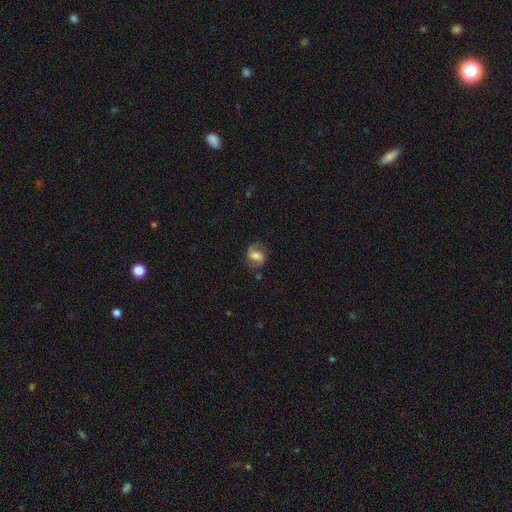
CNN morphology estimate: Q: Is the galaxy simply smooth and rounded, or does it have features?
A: featured or disk — 53%.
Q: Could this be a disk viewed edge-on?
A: no — 97%.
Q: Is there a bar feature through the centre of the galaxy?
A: weak — 44%.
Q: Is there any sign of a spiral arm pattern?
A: yes — 89%.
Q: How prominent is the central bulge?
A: moderate — 45%.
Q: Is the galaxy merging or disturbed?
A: none — 71%.